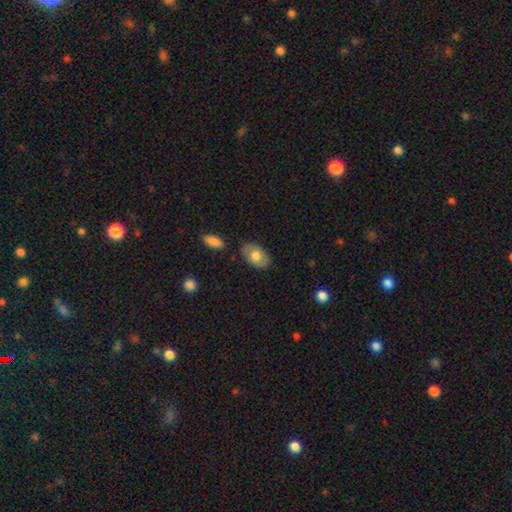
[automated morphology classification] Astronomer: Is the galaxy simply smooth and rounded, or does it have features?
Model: smooth — 69%.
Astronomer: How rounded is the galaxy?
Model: in between — 91%.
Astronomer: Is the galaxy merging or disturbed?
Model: none — 81%.